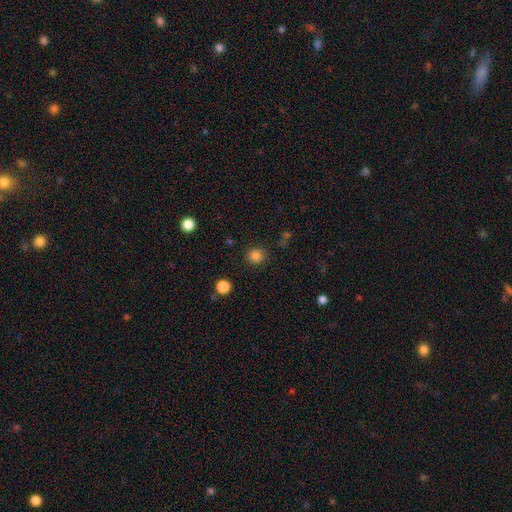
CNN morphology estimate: smooth 83%, star or artifact 13%, featured or disk 4%. Down the decision tree: how rounded — round (92%); merging — none (89%).